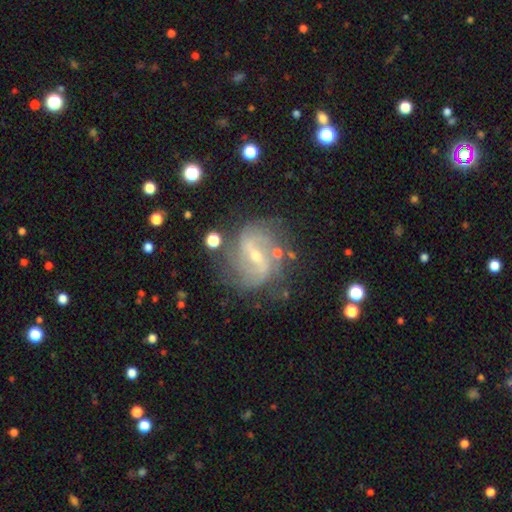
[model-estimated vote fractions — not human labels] smooth_or_featured: featured or disk (p=0.83) [alt: smooth p=0.09]
disk_edge_on: no (p=0.96) [alt: yes p=0.04]
bar: weak (p=0.45) [alt: strong p=0.39]
has_spiral_arms: yes (p=0.92) [alt: no p=0.08]
spiral_winding: medium (p=0.43) [alt: loose p=0.34]
spiral_arm_count: 2 (p=0.71) [alt: can't tell p=0.14]
bulge_size: small (p=0.63) [alt: moderate p=0.32]
merging: none (p=0.68) [alt: minor disturbance p=0.18]